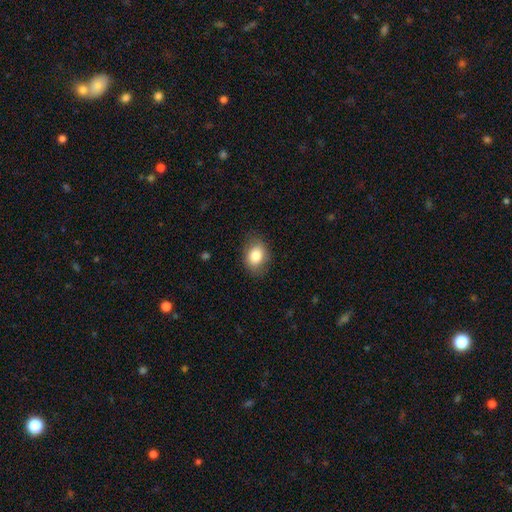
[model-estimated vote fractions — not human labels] A smooth galaxy with no disk features (82%) that is in between round and cigar-shaped (72%).

Vote fractions:
- Smooth or featured? smooth: 82% / featured or disk: 11% / star or artifact: 8%
- How rounded? in between: 72% / round: 27% / cigar-shaped: 1%
- Merging? none: 81% / minor disturbance: 14% / major disturbance: 4% / merger: 1%